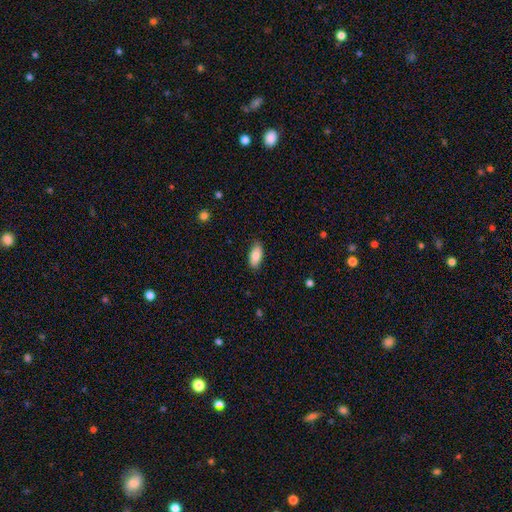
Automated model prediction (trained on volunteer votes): The model was most divided on "merging": none: 85%, minor disturbance: 12%, major disturbance: 2%, merger: 1%. More confident: how rounded — in between (89%); smooth or featured — smooth (84%).